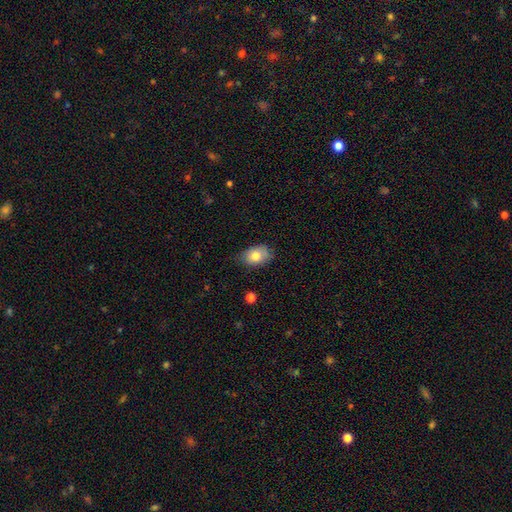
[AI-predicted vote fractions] A smooth galaxy with no disk features (78%) that is in between round and cigar-shaped (82%).

Vote fractions:
- Smooth or featured? smooth: 78% / featured or disk: 14% / star or artifact: 8%
- How rounded? in between: 82% / round: 17% / cigar-shaped: 1%
- Merging? none: 68% / minor disturbance: 26% / major disturbance: 4% / merger: 1%